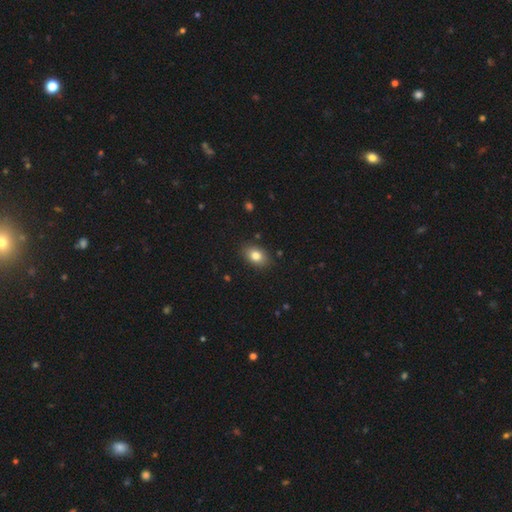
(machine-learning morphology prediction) smooth_or_featured: smooth (p=0.82) [alt: star or artifact p=0.09]
how_rounded: in between (p=0.78) [alt: round p=0.21]
merging: none (p=0.87) [alt: minor disturbance p=0.10]